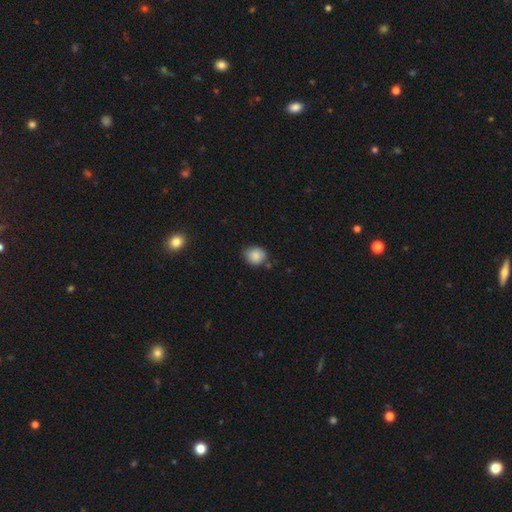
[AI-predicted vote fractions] The model was most divided on "merging": none: 70%, minor disturbance: 22%, merger: 4%, major disturbance: 4%. More confident: smooth or featured — smooth (86%); how rounded — round (78%).